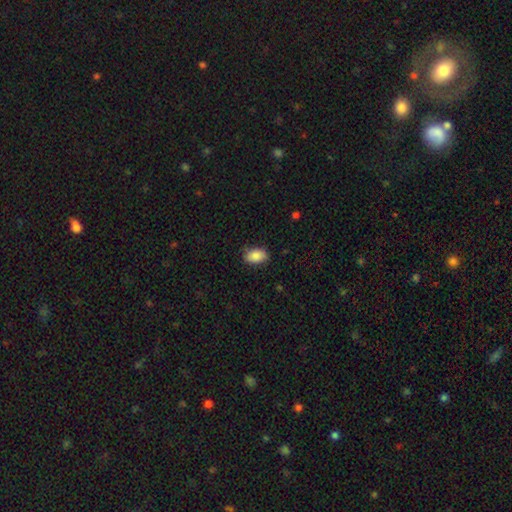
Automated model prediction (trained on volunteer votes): Smooth or featured? Predicted: smooth (p=0.86). How rounded? Predicted: in between (p=0.87). Merging? Predicted: none (p=0.78).